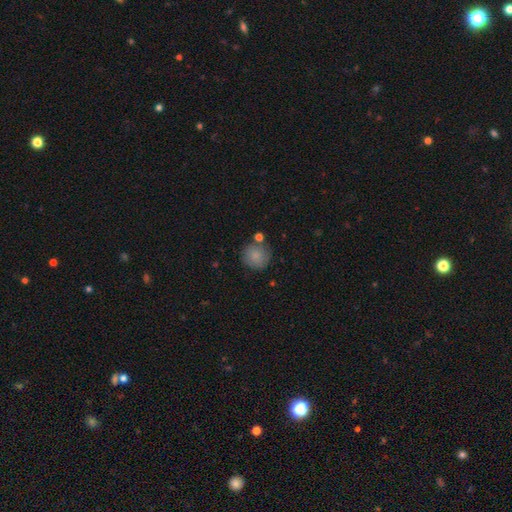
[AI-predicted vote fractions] Smooth or featured? Predicted: smooth (p=0.84). How rounded? Predicted: round (p=0.92). Merging? Predicted: none (p=0.73).